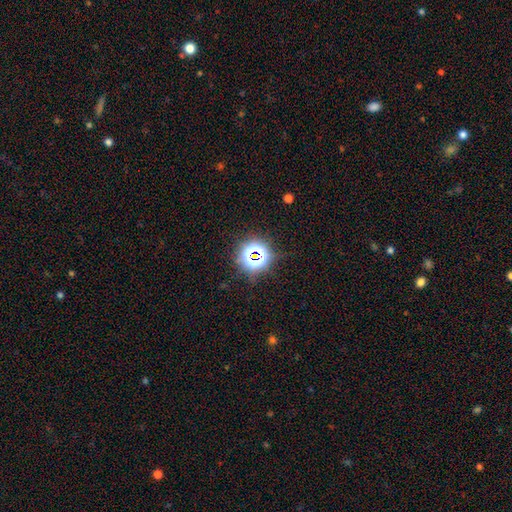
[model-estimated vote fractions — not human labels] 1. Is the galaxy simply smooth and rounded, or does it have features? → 69% star or artifact, 22% smooth, 9% featured or disk.